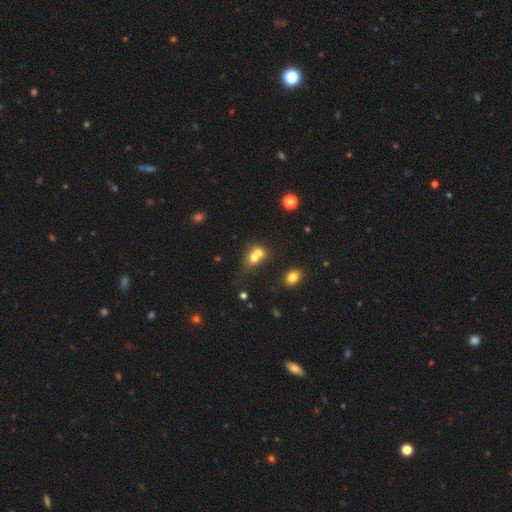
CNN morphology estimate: Overall: smooth (68%). How rounded: round (53%; in between 45%). Merging: merger (65%).